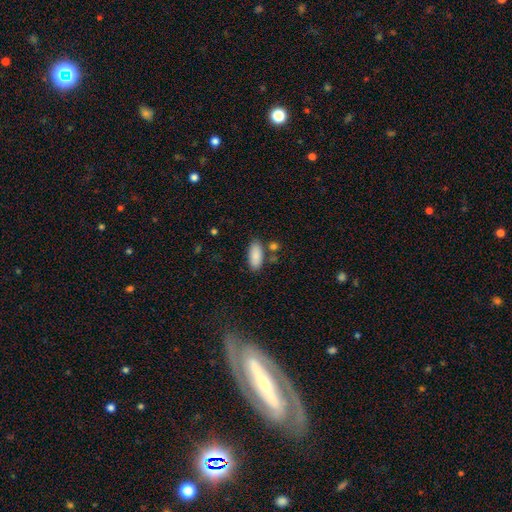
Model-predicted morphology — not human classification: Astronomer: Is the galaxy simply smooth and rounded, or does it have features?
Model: smooth — 88%.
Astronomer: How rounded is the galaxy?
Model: in between — 87%.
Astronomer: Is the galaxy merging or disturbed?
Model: none — 75%.